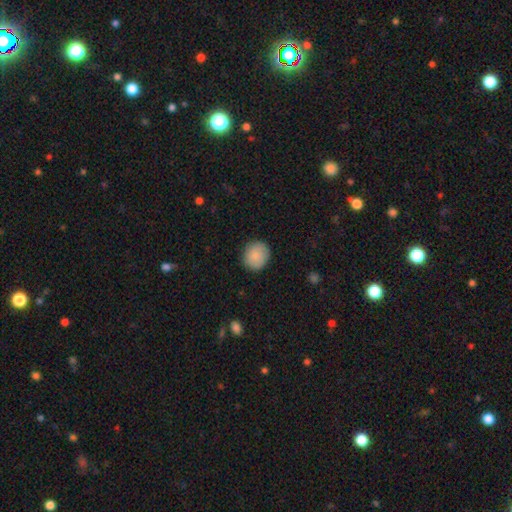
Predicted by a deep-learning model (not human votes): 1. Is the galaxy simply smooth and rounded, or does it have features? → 84% smooth, 9% featured or disk, 7% star or artifact.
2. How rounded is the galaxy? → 80% round, 19% in between, 1% cigar-shaped.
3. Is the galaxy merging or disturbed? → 87% none, 10% minor disturbance, 2% major disturbance, 1% merger.